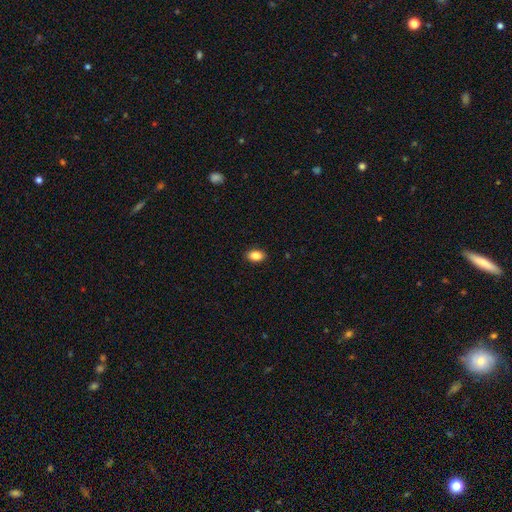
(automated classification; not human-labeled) A smooth galaxy with no disk features (87%) that is in between round and cigar-shaped (87%).

Vote fractions:
- Smooth or featured? smooth: 87% / star or artifact: 8% / featured or disk: 5%
- How rounded? in between: 87% / round: 11% / cigar-shaped: 2%
- Merging? none: 90% / minor disturbance: 8% / major disturbance: 2% / merger: 1%